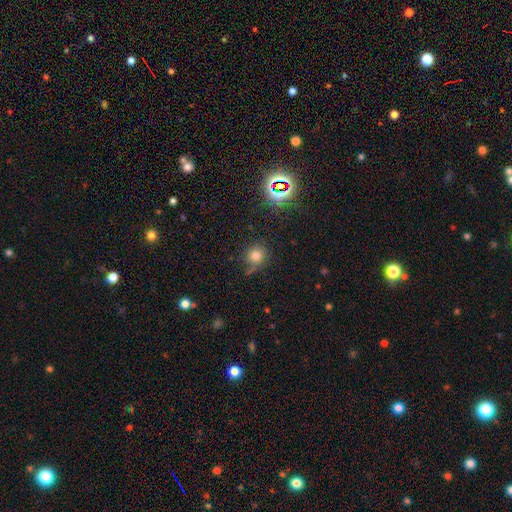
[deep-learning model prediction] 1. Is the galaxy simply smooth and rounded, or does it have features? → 71% smooth, 19% star or artifact, 9% featured or disk.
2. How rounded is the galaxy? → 89% round, 10% in between, 1% cigar-shaped.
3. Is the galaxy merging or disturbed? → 72% none, 17% minor disturbance, 6% major disturbance, 4% merger.